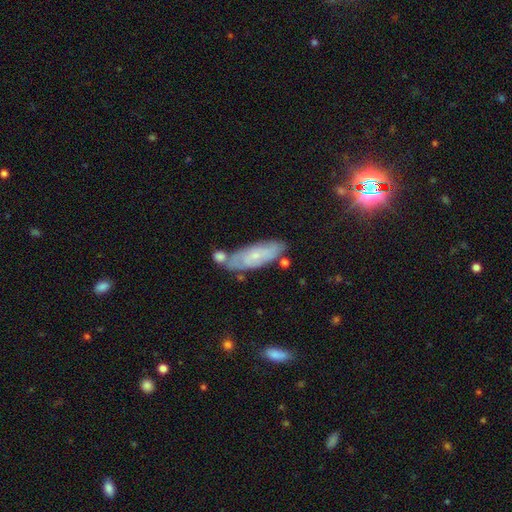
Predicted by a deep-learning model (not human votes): Smooth or featured: featured or disk — 51% (smooth — 40%)
Edge-on disk: no — 81% (yes — 19%)
Merging: none — 58% (minor disturbance — 21%)